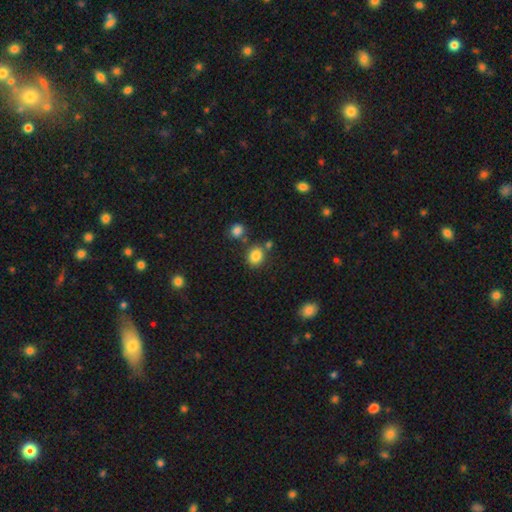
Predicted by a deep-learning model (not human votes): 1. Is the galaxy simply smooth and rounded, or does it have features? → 84% smooth, 11% star or artifact, 5% featured or disk.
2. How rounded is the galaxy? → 73% round, 26% in between, 1% cigar-shaped.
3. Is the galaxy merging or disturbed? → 75% none, 11% merger, 11% minor disturbance, 4% major disturbance.